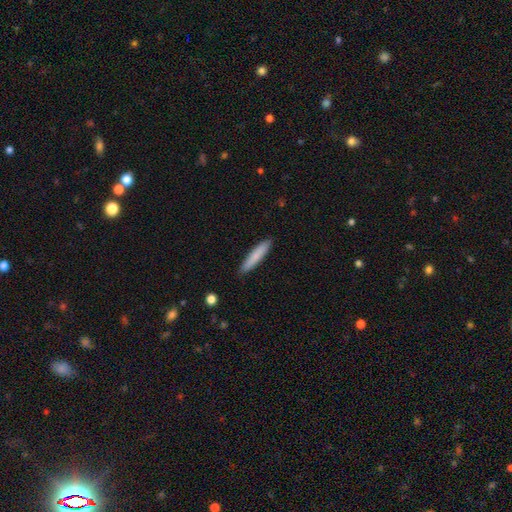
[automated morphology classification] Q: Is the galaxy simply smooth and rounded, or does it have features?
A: smooth — 80%.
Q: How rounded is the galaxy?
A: cigar-shaped — 89%.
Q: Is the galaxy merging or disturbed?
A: none — 90%.